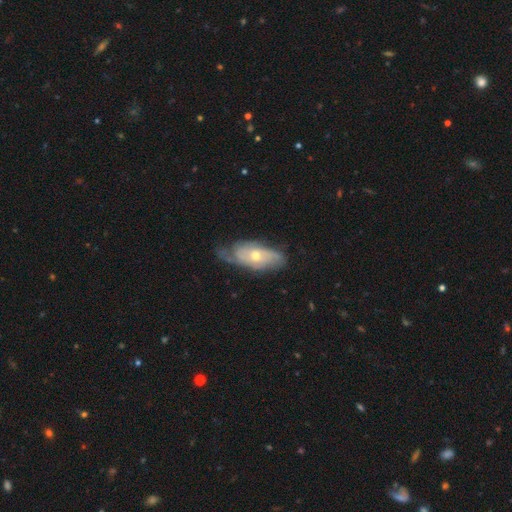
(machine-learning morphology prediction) This is likely a featured or disk galaxy (69%). It is clearly not viewed edge-on (86%). Bar: likely no (77%). Spiral arm pattern: clearly yes (81%). Central bulge: possibly moderate (58%). Merging: possibly none (56%).